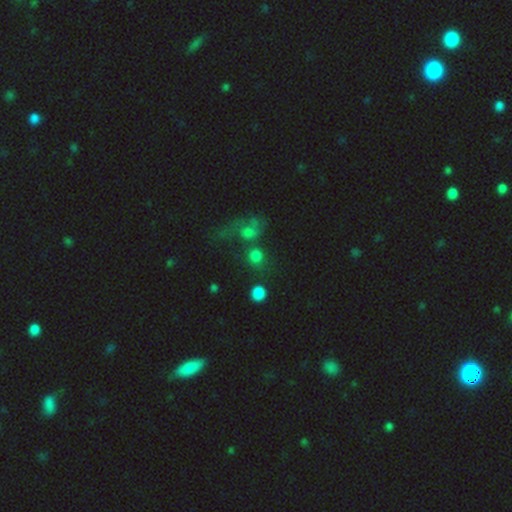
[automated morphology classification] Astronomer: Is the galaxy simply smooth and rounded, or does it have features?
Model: smooth — 72%.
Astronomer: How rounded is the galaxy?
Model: round — 84%.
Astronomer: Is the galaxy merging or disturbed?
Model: none — 54%.